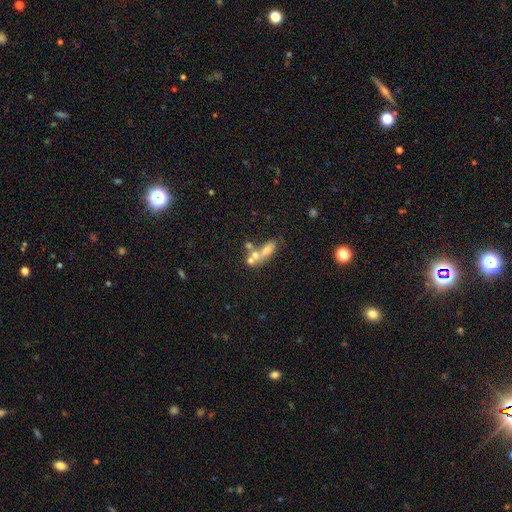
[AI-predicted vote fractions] smooth_or_featured: smooth (p=0.54) [alt: featured or disk p=0.31]
how_rounded: in between (p=0.56) [alt: cigar-shaped p=0.30]
merging: merger (p=0.47) [alt: none p=0.31]